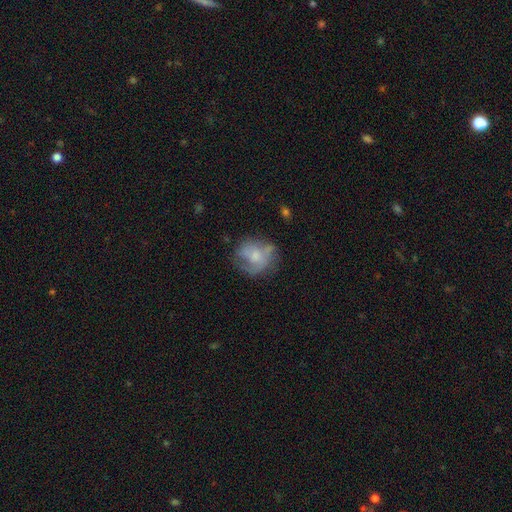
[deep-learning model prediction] Smooth or featured: featured or disk — 47% (smooth — 44%)
Merging: none — 47% (minor disturbance — 25%)